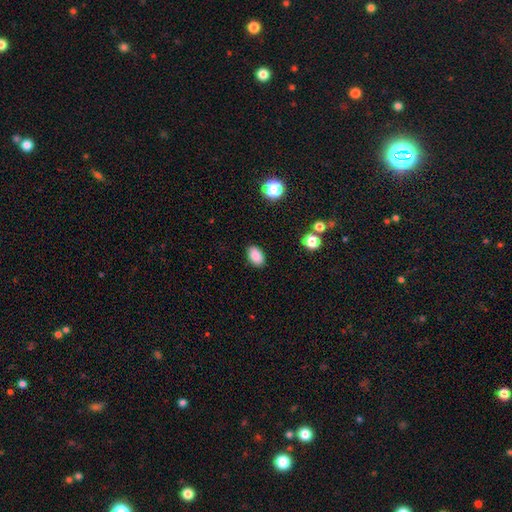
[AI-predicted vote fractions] The model was most divided on "smooth or featured": smooth: 87%, star or artifact: 9%, featured or disk: 4%. More confident: how rounded — in between (89%); merging — none (88%).